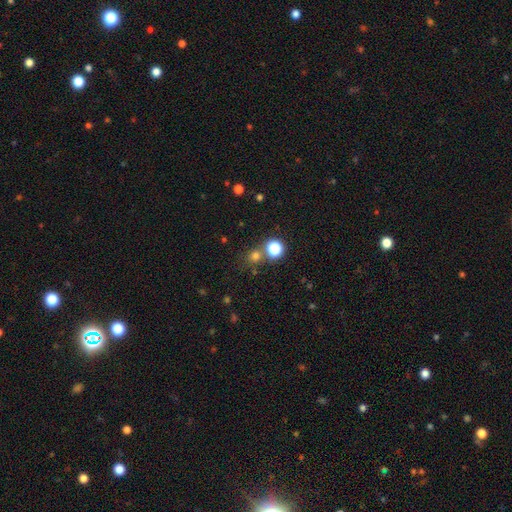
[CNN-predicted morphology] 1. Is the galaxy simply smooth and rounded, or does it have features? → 69% smooth, 25% star or artifact, 6% featured or disk.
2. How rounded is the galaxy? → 87% round, 12% in between, 1% cigar-shaped.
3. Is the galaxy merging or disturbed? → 72% none, 16% merger, 8% minor disturbance, 4% major disturbance.